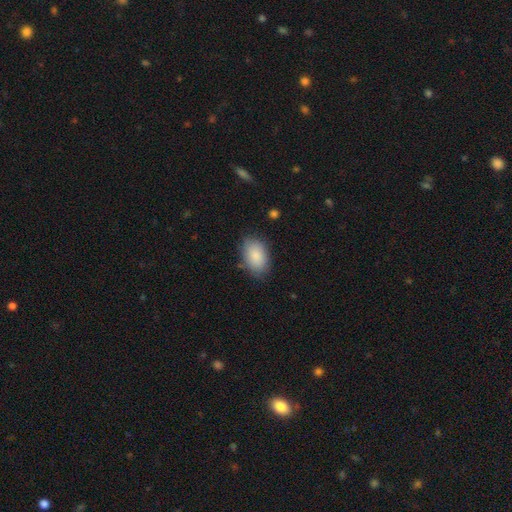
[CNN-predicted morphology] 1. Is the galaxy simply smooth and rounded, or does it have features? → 87% smooth, 7% featured or disk, 6% star or artifact.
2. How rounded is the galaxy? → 90% in between, 8% round, 1% cigar-shaped.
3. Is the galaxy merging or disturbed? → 77% none, 17% minor disturbance, 4% major disturbance, 2% merger.